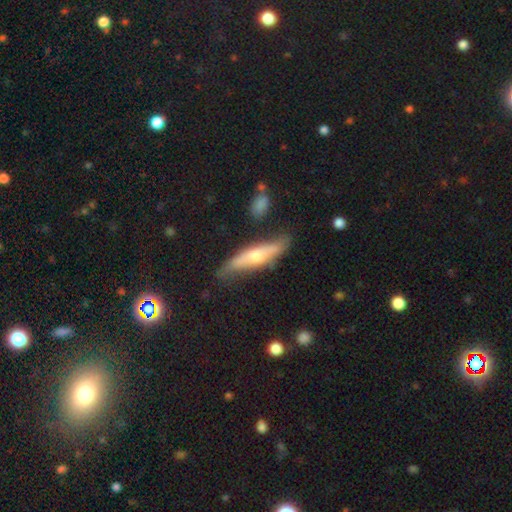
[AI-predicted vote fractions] Smooth or featured?
  - featured or disk: 51% *
  - smooth: 43%
  - star or artifact: 6%
Edge-on disk?
  - yes: 80% *
  - no: 20%
Merging?
  - none: 69% *
  - minor disturbance: 22%
  - major disturbance: 6%
  - merger: 3%